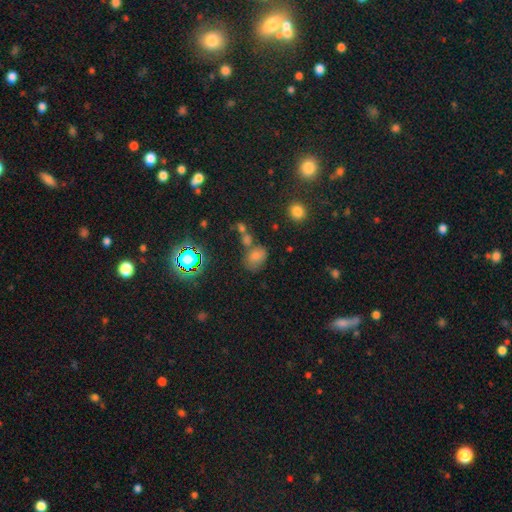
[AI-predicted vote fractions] Smooth or featured? smooth (69%)
How rounded? in between (66%)
Merging? none (52%)